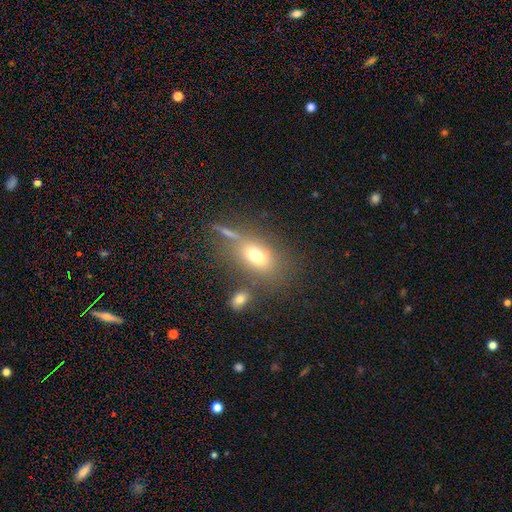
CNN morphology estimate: Smooth or featured? smooth (68%)
How rounded? in between (78%)
Merging? none (62%)